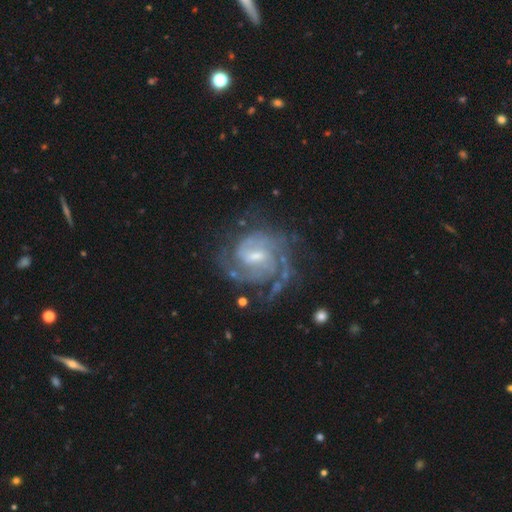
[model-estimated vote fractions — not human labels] smooth-or-featured: featured or disk: 89% | smooth: 6% | star or artifact: 5%
  disk-edge-on: no: 98% | yes: 2%
    bar: weak: 61% | no: 21% | strong: 18%
    has-spiral-arms: yes: 97% | no: 3%
      spiral-winding: tight: 54% | medium: 38% | loose: 8%
      spiral-arm-count: 2: 36% | 3: 24% | can't tell: 22% | 4: 8% | 1: 6% | more than 4: 5%
    bulge-size: small: 52% | moderate: 39% | none: 6% | large: 3% | dominant: 1%
  merging: none: 62% | minor disturbance: 19% | major disturbance: 16% | merger: 3%